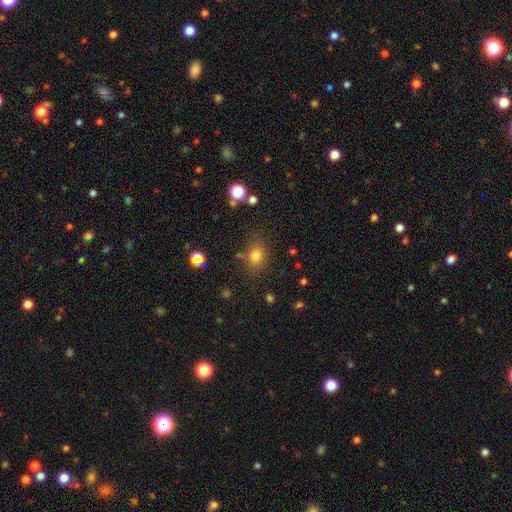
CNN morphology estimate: Smooth or featured? Predicted: smooth (p=0.76). How rounded? Predicted: in between (p=0.55). Merging? Predicted: none (p=0.76).